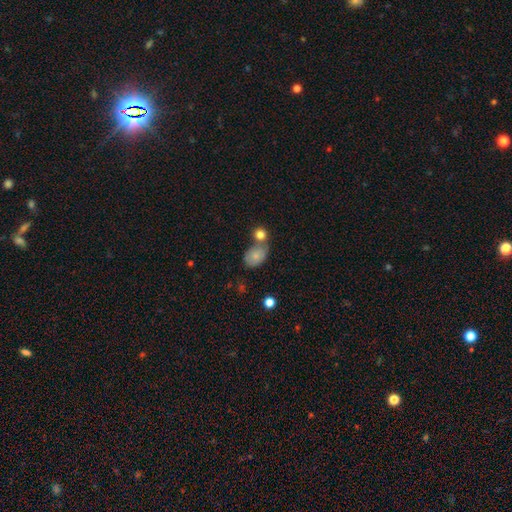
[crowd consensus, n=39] This appears to be a smooth galaxy with no disk features (79%) that is in between round and cigar-shaped (84%). Merging: none (44%).